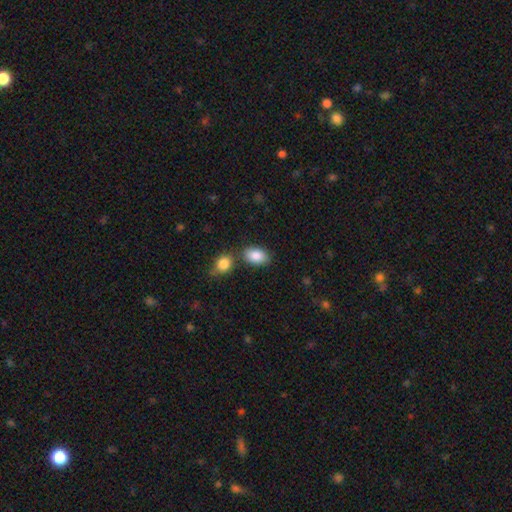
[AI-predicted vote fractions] Smooth or featured? Predicted: smooth (p=0.88). How rounded? Predicted: in between (p=0.90). Merging? Predicted: none (p=0.66).